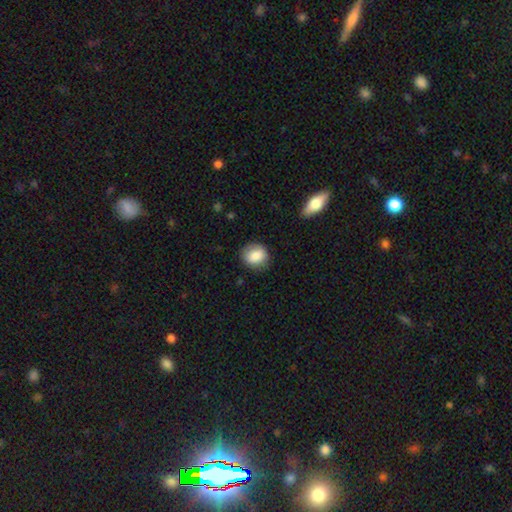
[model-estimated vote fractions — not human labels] A smooth galaxy with no disk features (84%) that is round (71%). Merging: none (82%).